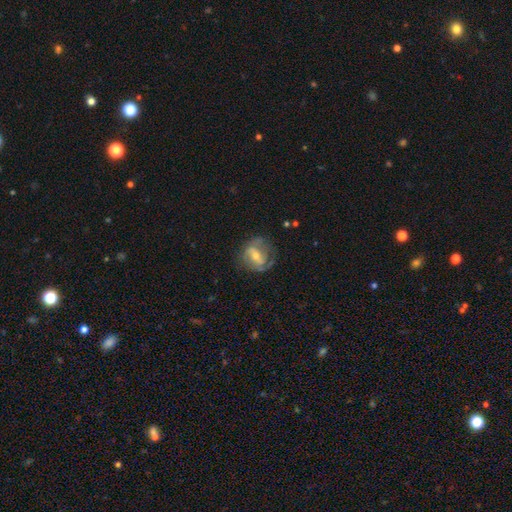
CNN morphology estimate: Smooth or featured? featured or disk (66%)
Edge-on disk? no (96%)
Bar? weak (42%)
Spiral arms? yes (74%)
Bulge size? moderate (47%)
Merging? none (56%)